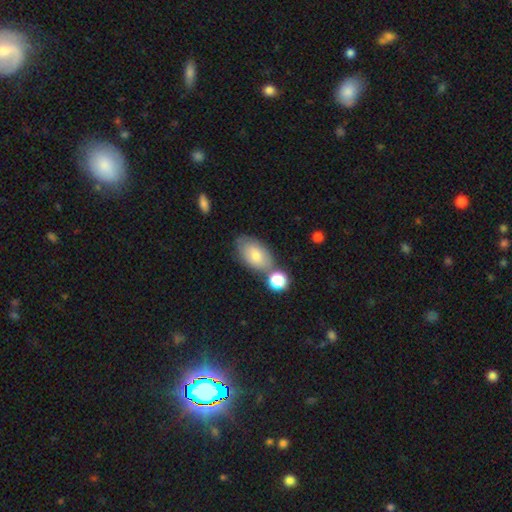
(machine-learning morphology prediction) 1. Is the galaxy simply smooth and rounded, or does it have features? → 71% smooth, 20% featured or disk, 8% star or artifact.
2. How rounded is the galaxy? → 91% in between, 7% round, 2% cigar-shaped.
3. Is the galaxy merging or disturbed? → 55% none, 22% merger, 18% minor disturbance, 5% major disturbance.